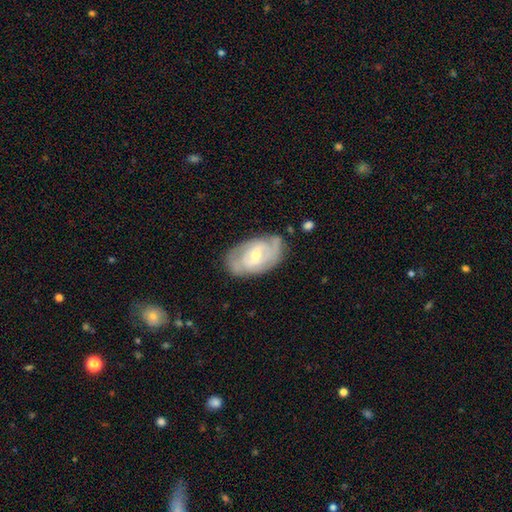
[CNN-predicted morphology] Smooth or featured? featured or disk (75%)
Edge-on disk? no (95%)
Bar? weak (50%)
Spiral arms? yes (85%)
Spiral winding? tight (51%)
Spiral arm count? 2 (51%)
Bulge size? small (54%)
Merging? none (69%)